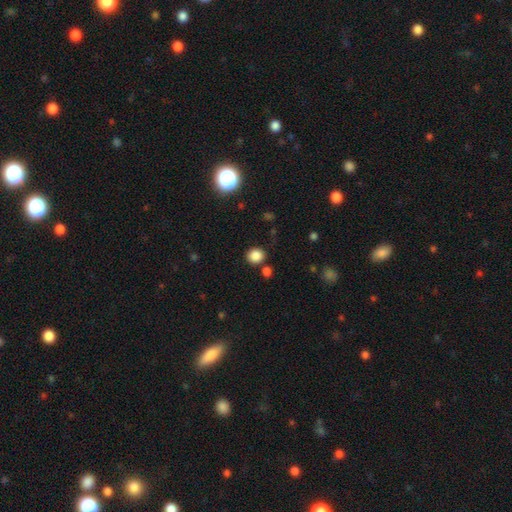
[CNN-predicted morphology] smooth-or-featured: smooth: 84% | star or artifact: 12% | featured or disk: 4%
  how-rounded: round: 79% | in between: 20% | cigar-shaped: 1%
  merging: none: 81% | minor disturbance: 9% | merger: 7% | major disturbance: 3%